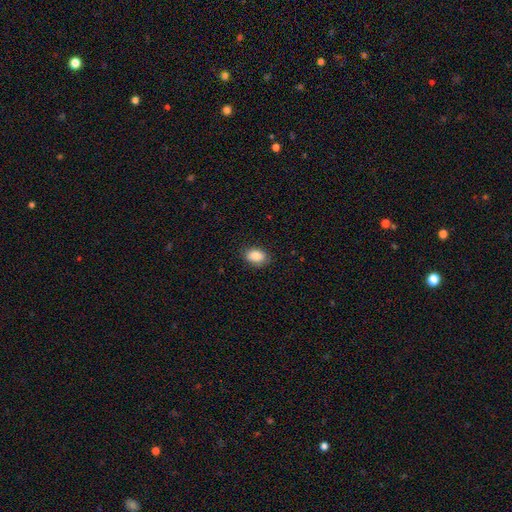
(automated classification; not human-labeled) Smooth or featured?
  - smooth: 87% *
  - star or artifact: 8%
  - featured or disk: 6%
How rounded?
  - in between: 83% *
  - round: 16%
  - cigar-shaped: 1%
Merging?
  - none: 85% *
  - minor disturbance: 11%
  - major disturbance: 3%
  - merger: 1%